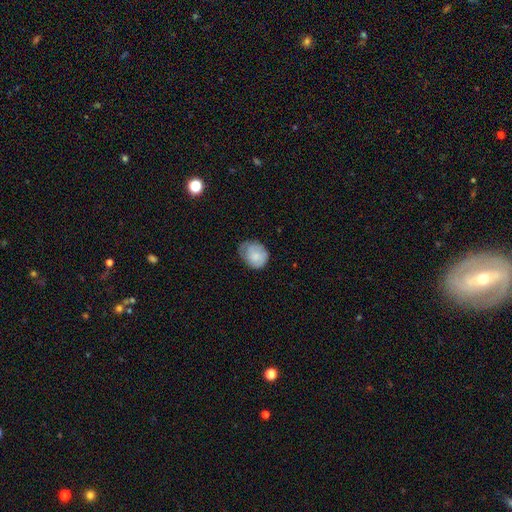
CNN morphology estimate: Smooth or featured: smooth — 77% (featured or disk — 16%)
How rounded: round — 51% (in between — 49%)
Merging: none — 45% (minor disturbance — 40%)